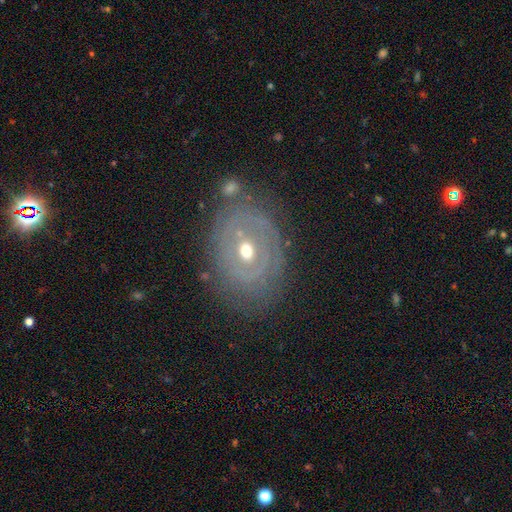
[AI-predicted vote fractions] Smooth or featured? featured or disk (61%)
Edge-on disk? no (94%)
Bar? no (60%)
Spiral arms? yes (56%)
Bulge size? moderate (49%)
Merging? none (81%)